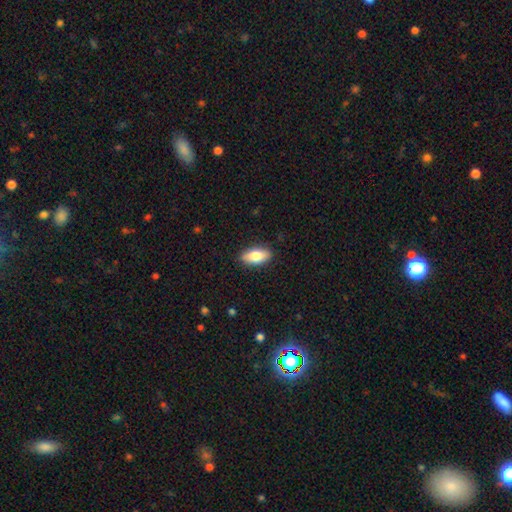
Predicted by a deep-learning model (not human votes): Smooth or featured?
  - smooth: 79% *
  - featured or disk: 14%
  - star or artifact: 7%
How rounded?
  - in between: 87% *
  - cigar-shaped: 9%
  - round: 4%
Merging?
  - none: 88% *
  - minor disturbance: 9%
  - major disturbance: 2%
  - merger: 1%